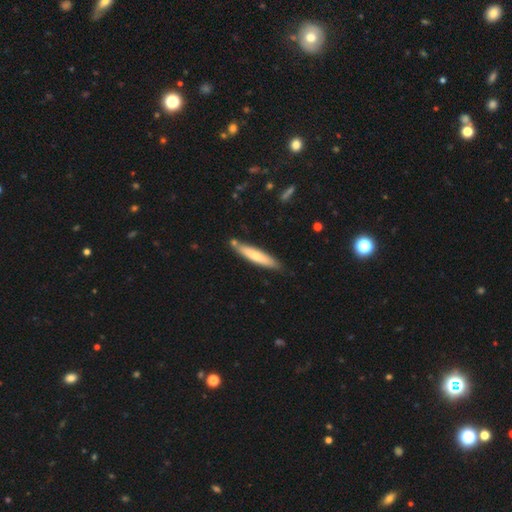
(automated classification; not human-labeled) This appears to be a smooth galaxy with no disk features (66%) that is cigar-shaped (90%). Merging: none (80%).